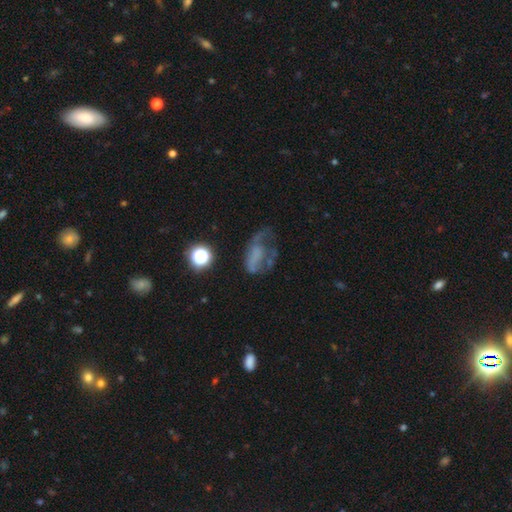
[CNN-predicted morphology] Smooth or featured? featured or disk (47%)
Merging? major disturbance (42%)